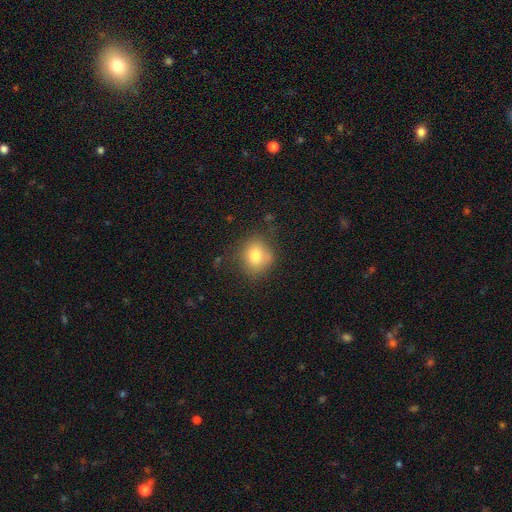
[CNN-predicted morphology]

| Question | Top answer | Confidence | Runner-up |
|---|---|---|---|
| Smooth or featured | smooth | 78% | featured or disk (12%) |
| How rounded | round | 73% | in between (26%) |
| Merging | none | 72% | minor disturbance (20%) |